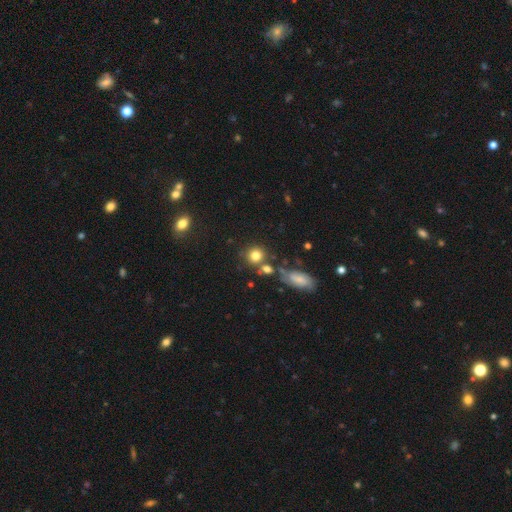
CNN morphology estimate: Smooth or featured? smooth (77%)
How rounded? round (82%)
Merging? none (66%)